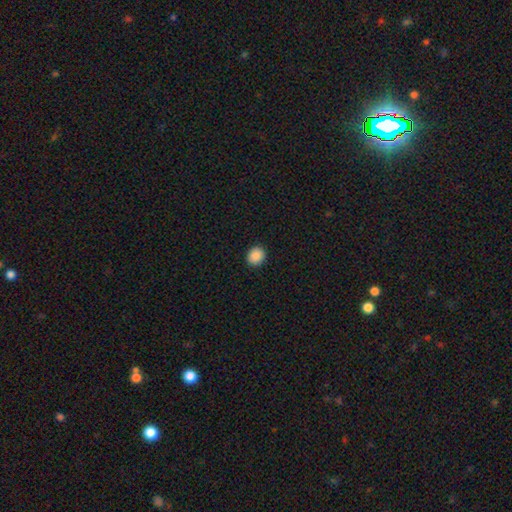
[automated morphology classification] Smooth or featured?
  - smooth: 89% *
  - star or artifact: 9%
  - featured or disk: 3%
How rounded?
  - round: 77% *
  - in between: 22%
  - cigar-shaped: 1%
Merging?
  - none: 92% *
  - minor disturbance: 6%
  - major disturbance: 2%
  - merger: 1%